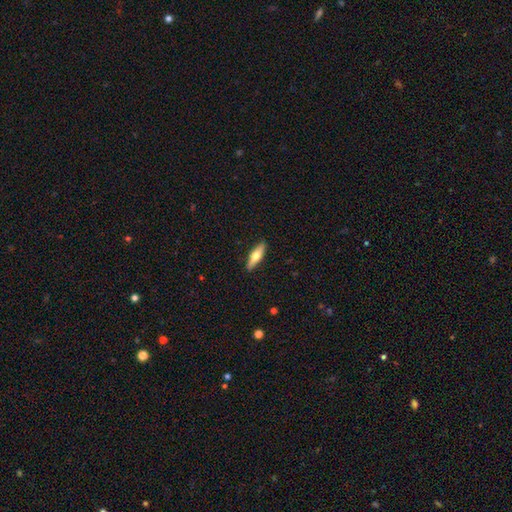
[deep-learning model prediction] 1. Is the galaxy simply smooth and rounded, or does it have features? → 51% smooth, 44% featured or disk, 6% star or artifact.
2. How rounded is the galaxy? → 63% cigar-shaped, 34% in between, 2% round.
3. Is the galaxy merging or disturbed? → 90% none, 7% minor disturbance, 2% major disturbance, 1% merger.